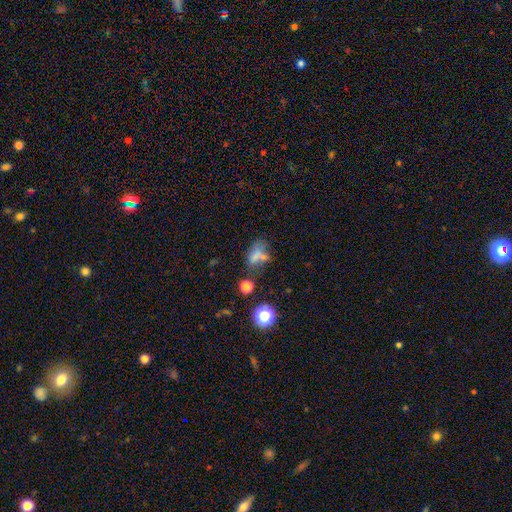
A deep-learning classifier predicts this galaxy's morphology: Smooth or featured?
  - smooth: 58% *
  - featured or disk: 22%
  - star or artifact: 20%
How rounded?
  - in between: 74% *
  - round: 21%
  - cigar-shaped: 5%
Merging?
  - none: 33% *
  - major disturbance: 25%
  - merger: 21%
  - minor disturbance: 21%